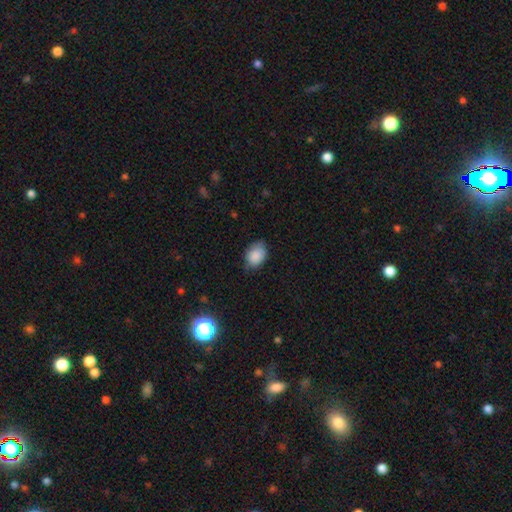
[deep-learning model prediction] A smooth galaxy with no disk features (88%) that is in between round and cigar-shaped (75%).

Vote fractions:
- Smooth or featured? smooth: 88% / star or artifact: 8% / featured or disk: 5%
- How rounded? in between: 75% / round: 24% / cigar-shaped: 1%
- Merging? none: 72% / minor disturbance: 23% / major disturbance: 4% / merger: 1%